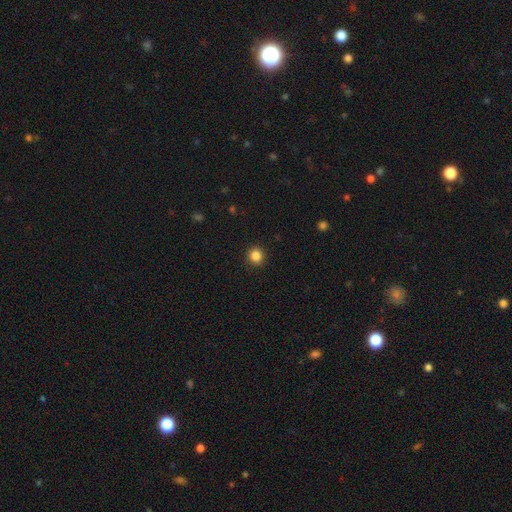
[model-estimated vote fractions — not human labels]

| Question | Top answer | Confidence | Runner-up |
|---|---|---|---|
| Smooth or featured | smooth | 85% | star or artifact (11%) |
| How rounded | round | 92% | in between (7%) |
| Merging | none | 92% | minor disturbance (5%) |